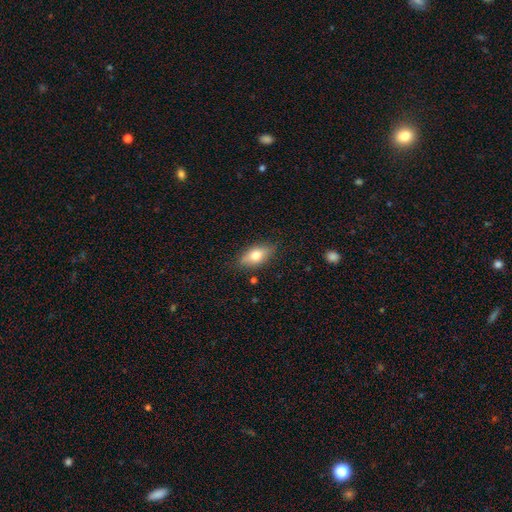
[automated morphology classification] smooth_or_featured: smooth (p=0.71) [alt: featured or disk p=0.22]
how_rounded: in between (p=0.84) [alt: cigar-shaped p=0.10]
merging: none (p=0.81) [alt: minor disturbance p=0.14]